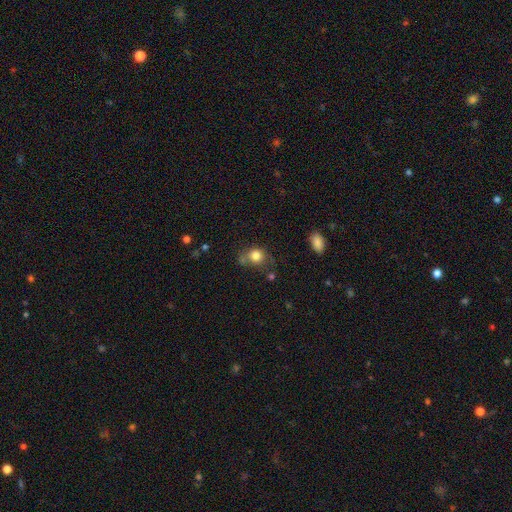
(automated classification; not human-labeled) smooth_or_featured: smooth (p=0.81) [alt: star or artifact p=0.11]
how_rounded: round (p=0.74) [alt: in between p=0.25]
merging: none (p=0.56) [alt: minor disturbance p=0.23]